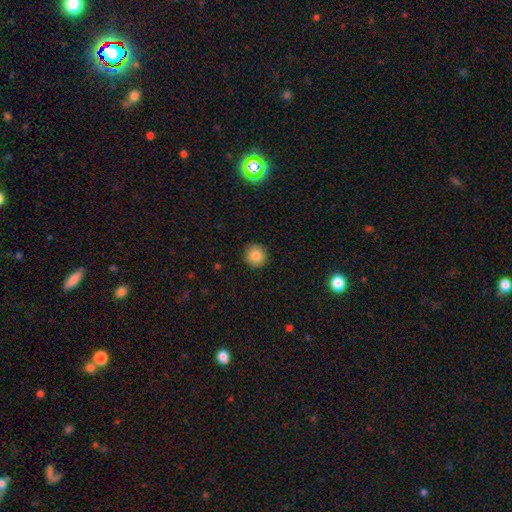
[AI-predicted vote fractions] Smooth or featured? Predicted: smooth (p=0.84). How rounded? Predicted: round (p=0.95). Merging? Predicted: none (p=0.91).